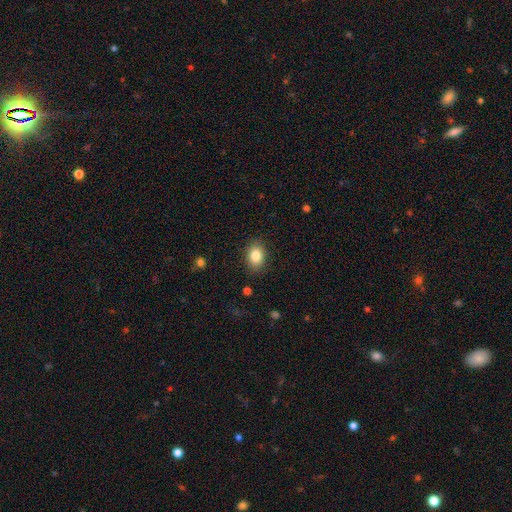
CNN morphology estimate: A smooth galaxy with no disk features (85%) that is in between round and cigar-shaped (75%). Merging: none (87%).